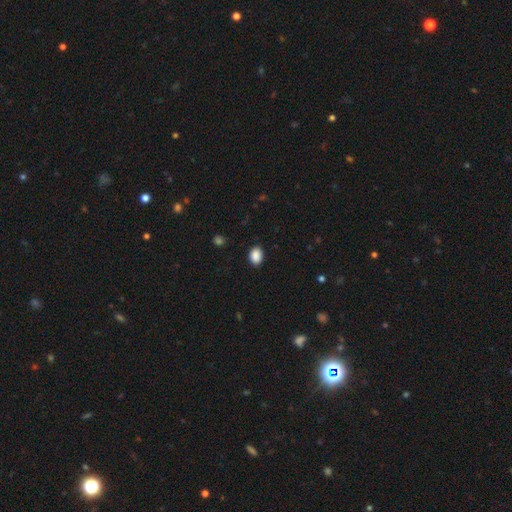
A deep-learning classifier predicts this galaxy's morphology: Smooth or featured? Predicted: smooth (p=0.89). How rounded? Predicted: in between (p=0.71). Merging? Predicted: none (p=0.89).